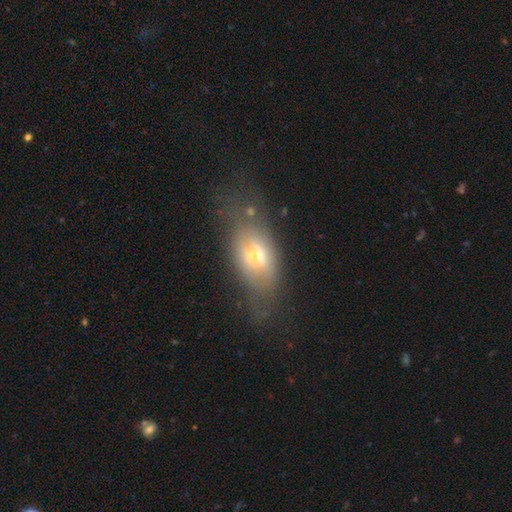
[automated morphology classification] Smooth or featured?
  - featured or disk: 46% *
  - smooth: 44%
  - star or artifact: 10%
Merging?
  - none: 50% *
  - minor disturbance: 24%
  - major disturbance: 21%
  - merger: 5%